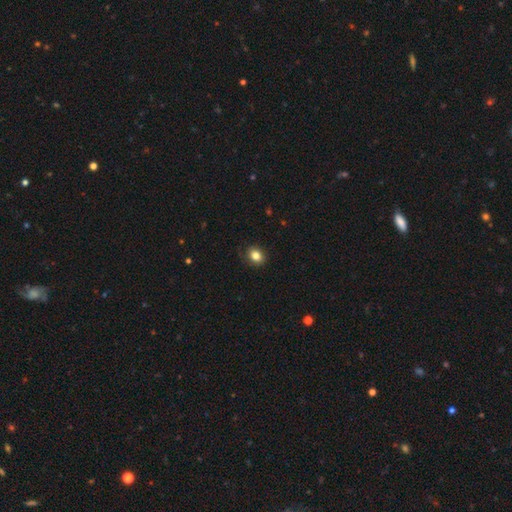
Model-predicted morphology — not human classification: smooth 83%, star or artifact 10%, featured or disk 6%. Down the decision tree: how rounded — round (57%); merging — none (88%).